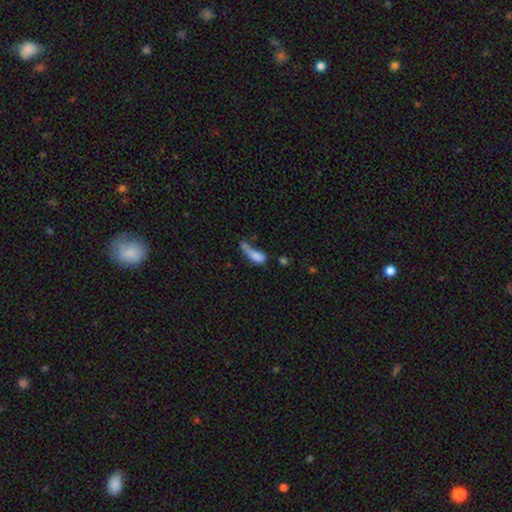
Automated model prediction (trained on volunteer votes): Smooth or featured: smooth — 73% (featured or disk — 17%)
How rounded: in between — 63% (cigar-shaped — 31%)
Merging: merger — 29% (major disturbance — 28%)